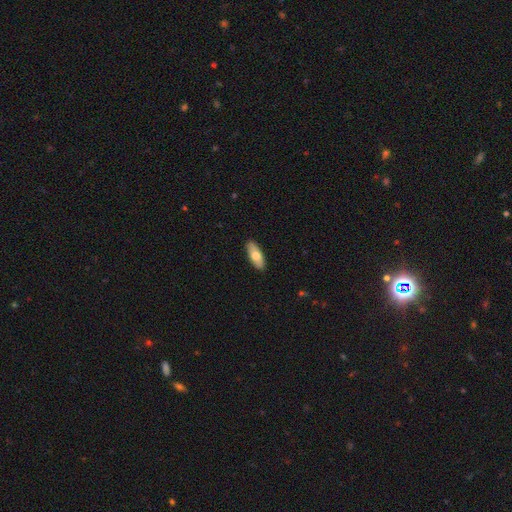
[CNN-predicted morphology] Smooth or featured: smooth — 68% (featured or disk — 27%)
How rounded: in between — 76% (cigar-shaped — 21%)
Merging: none — 90% (minor disturbance — 8%)